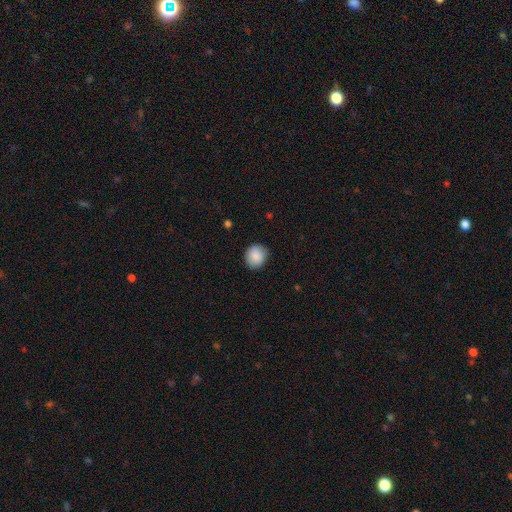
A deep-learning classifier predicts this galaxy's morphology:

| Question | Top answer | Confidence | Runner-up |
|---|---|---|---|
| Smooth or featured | smooth | 88% | star or artifact (7%) |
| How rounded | round | 82% | in between (17%) |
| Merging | none | 86% | minor disturbance (10%) |